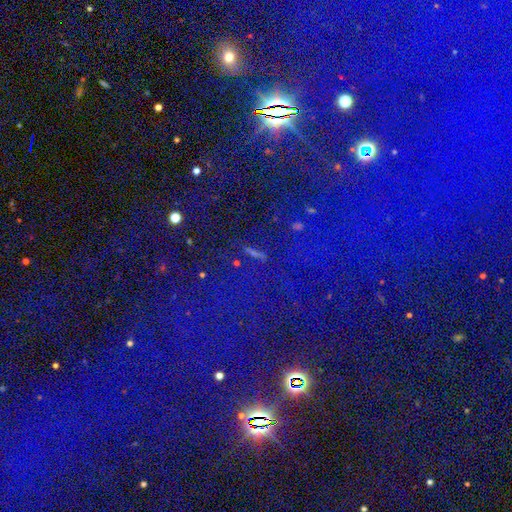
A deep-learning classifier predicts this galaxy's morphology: Smooth or featured: star or artifact — 80% (smooth — 12%)